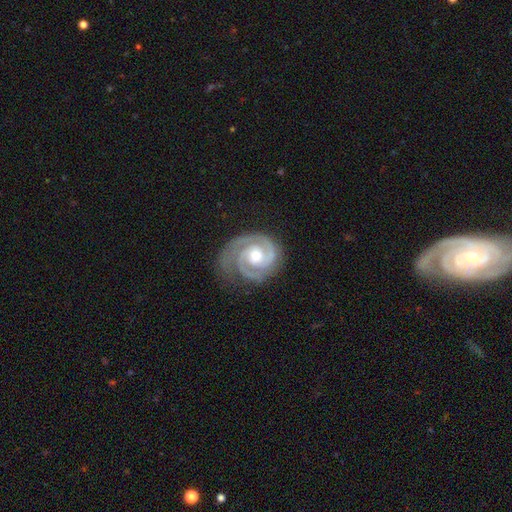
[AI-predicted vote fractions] A featured or disk galaxy (93%) with no bar (65%), 2 (73%) tight (70%) spiral arms (98%) and a moderate central bulge (63%). Merging: none (74%).